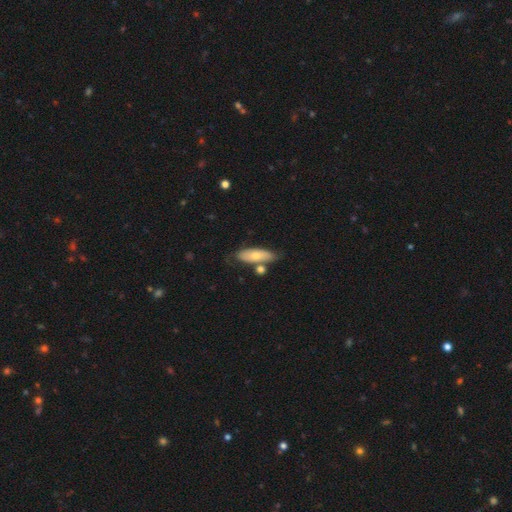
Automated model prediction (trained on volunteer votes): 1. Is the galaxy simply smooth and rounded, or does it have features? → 64% smooth, 30% featured or disk, 6% star or artifact.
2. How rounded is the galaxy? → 63% in between, 34% cigar-shaped, 3% round.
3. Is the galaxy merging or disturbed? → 62% none, 18% minor disturbance, 15% merger, 5% major disturbance.